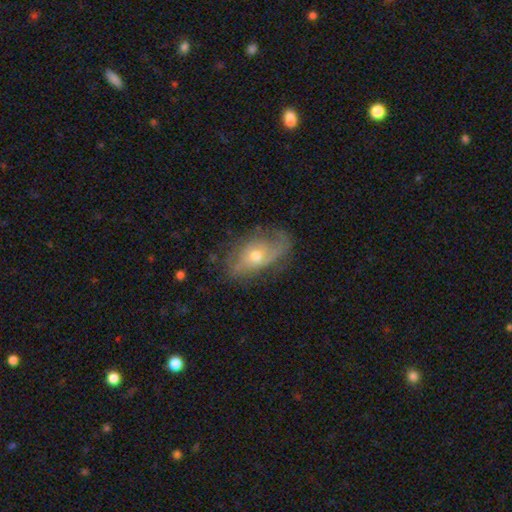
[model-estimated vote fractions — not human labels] This appears to be a featured or disk galaxy (68%) with no bar (76%), spiral arms (80%) and a moderate central bulge (59%). Merging: none (61%).